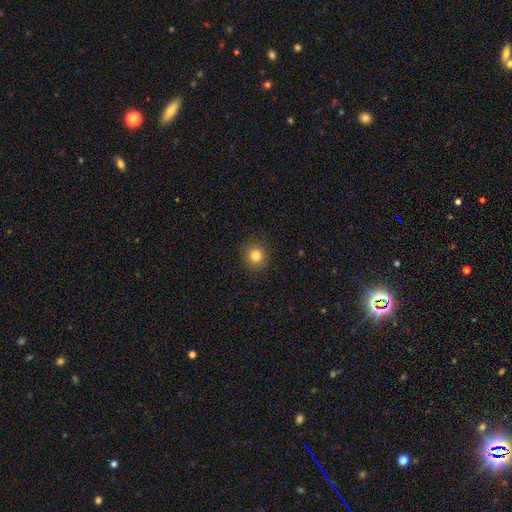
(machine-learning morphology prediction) type=smooth (82%); roundness=round (92%); merging=none (91%).